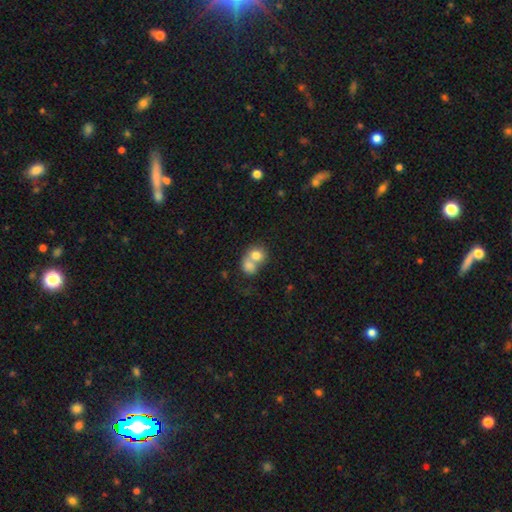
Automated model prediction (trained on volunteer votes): A smooth galaxy with no disk features (75%) that is round (65%). Merging: merger (72%).